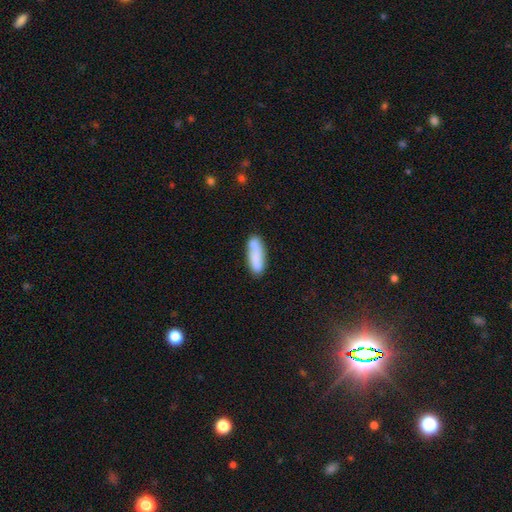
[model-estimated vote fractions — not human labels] smooth_or_featured: smooth (p=0.80) [alt: featured or disk p=0.13]
how_rounded: in between (p=0.50) [alt: cigar-shaped p=0.48]
merging: none (p=0.70) [alt: minor disturbance p=0.17]